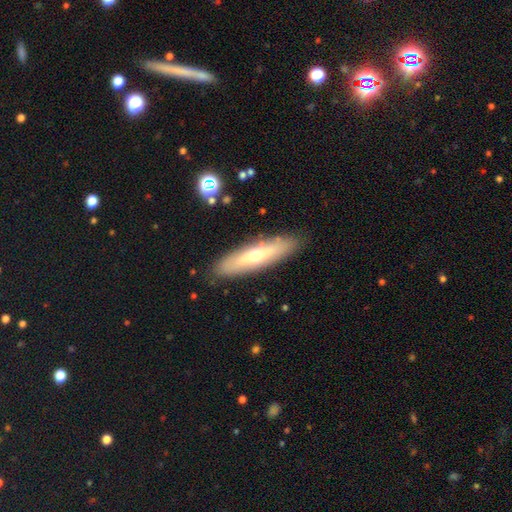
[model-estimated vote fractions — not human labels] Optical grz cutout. It shows a featured or disk galaxy (48%). Merging: none (87%).